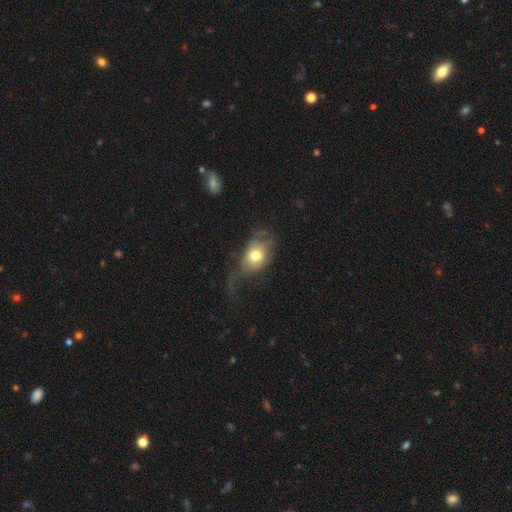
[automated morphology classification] smooth_or_featured: smooth (p=0.65) [alt: featured or disk p=0.26]
how_rounded: in between (p=0.68) [alt: round p=0.30]
merging: major disturbance (p=0.46) [alt: none p=0.28]